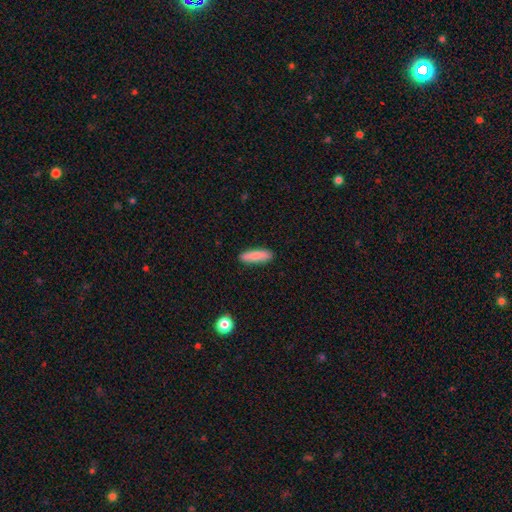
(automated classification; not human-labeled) This is clearly a smooth galaxy (86%). How rounded: likely cigar-shaped (60%). Merging: clearly none (89%).